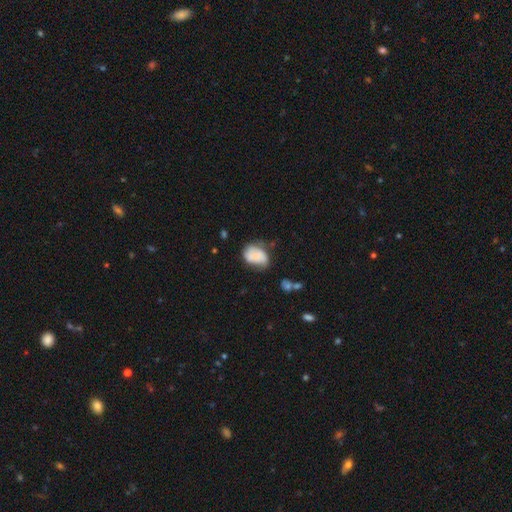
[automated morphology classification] Smooth or featured? smooth (56%)
How rounded? in between (74%)
Merging? none (44%)